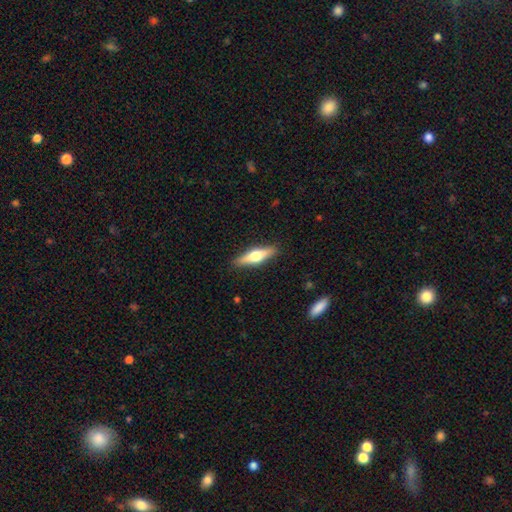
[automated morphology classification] smooth_or_featured: featured or disk (p=0.52) [alt: smooth p=0.42]
disk_edge_on: yes (p=0.94) [alt: no p=0.06]
merging: none (p=0.90) [alt: minor disturbance p=0.08]